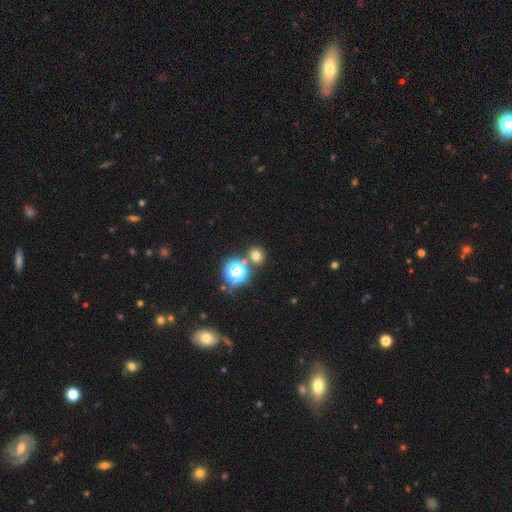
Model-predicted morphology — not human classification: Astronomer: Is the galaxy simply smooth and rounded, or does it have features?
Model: smooth — 65%.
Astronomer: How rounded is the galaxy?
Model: round — 88%.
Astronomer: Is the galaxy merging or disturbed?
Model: none — 78%.